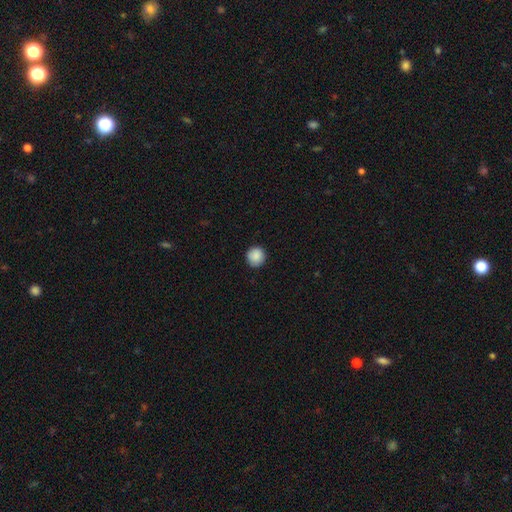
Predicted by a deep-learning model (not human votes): Smooth or featured: smooth — 89% (star or artifact — 8%)
How rounded: round — 94% (in between — 5%)
Merging: none — 90% (minor disturbance — 7%)